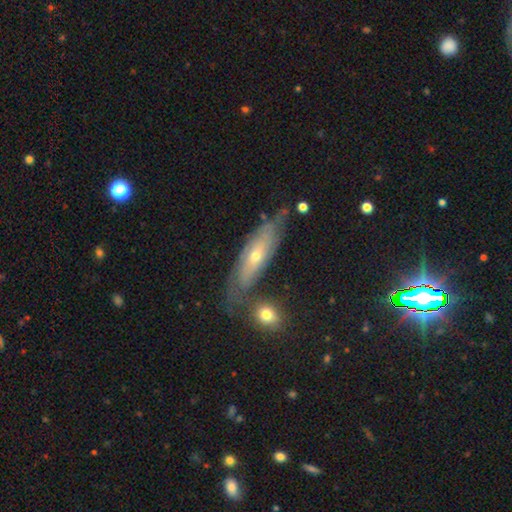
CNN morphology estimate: A featured or disk galaxy (64%).

Vote fractions:
- Smooth or featured? featured or disk: 64% / smooth: 26% / star or artifact: 10%
- Edge-on disk? no: 63% / yes: 37%
- Merging? none: 67% / minor disturbance: 20% / major disturbance: 6% / merger: 6%